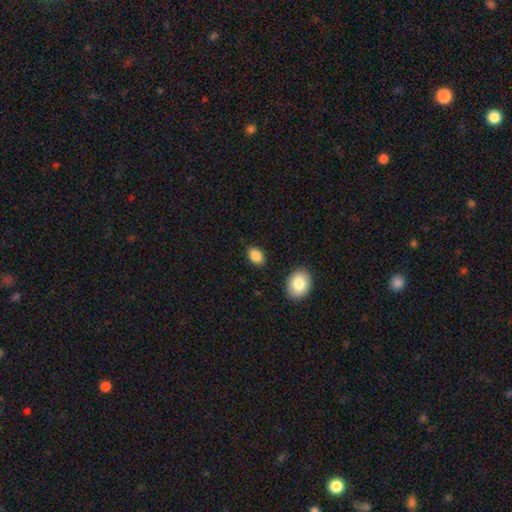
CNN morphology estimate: A smooth galaxy with no disk features (87%) that is in between round and cigar-shaped (83%). Merging: none (86%).